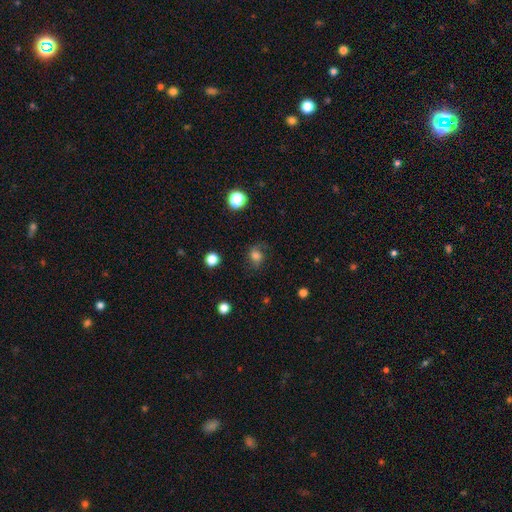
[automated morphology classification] The model was most divided on "how rounded": round: 62%, in between: 37%, cigar-shaped: 1%. More confident: merging — none (65%); smooth or featured — smooth (65%).